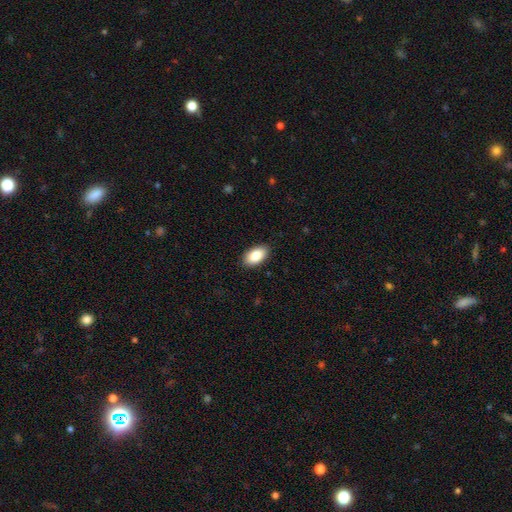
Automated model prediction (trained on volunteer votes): Smooth or featured? smooth (86%)
How rounded? in between (94%)
Merging? none (89%)